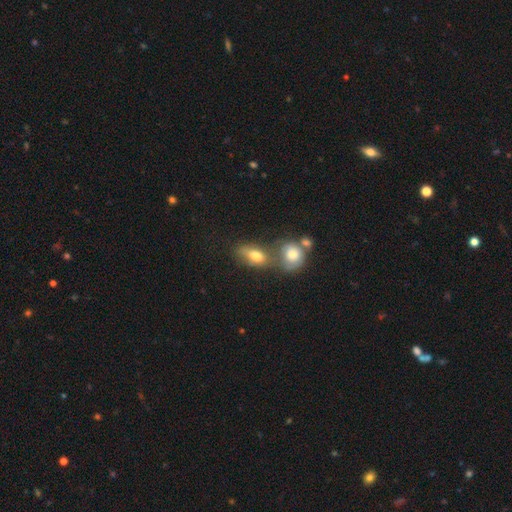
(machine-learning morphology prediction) Smooth or featured?
  - smooth: 71% *
  - featured or disk: 20%
  - star or artifact: 9%
How rounded?
  - in between: 79% *
  - round: 16%
  - cigar-shaped: 6%
Merging?
  - merger: 48% *
  - none: 30%
  - minor disturbance: 14%
  - major disturbance: 8%